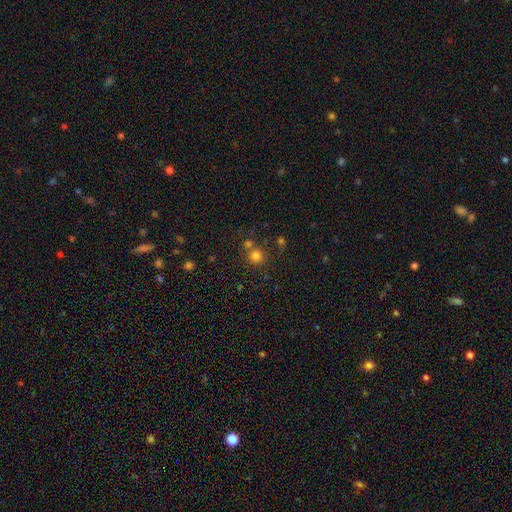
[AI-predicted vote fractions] This is likely a smooth galaxy (79%). How rounded: clearly round (91%). Merging: likely none (67%).